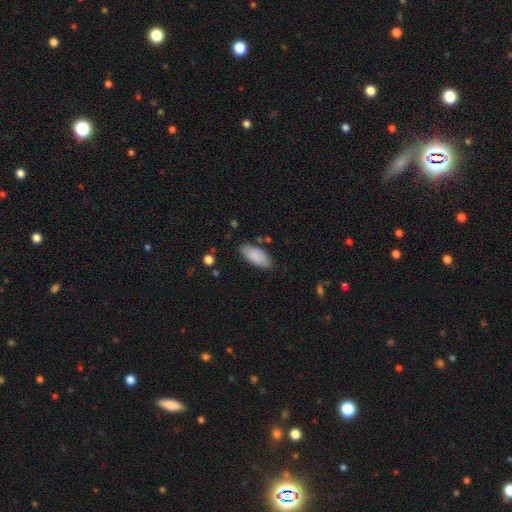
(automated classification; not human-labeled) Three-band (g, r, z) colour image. It shows a smooth galaxy with no disk features (88%) that is in between round and cigar-shaped (89%). Merging: none (81%).